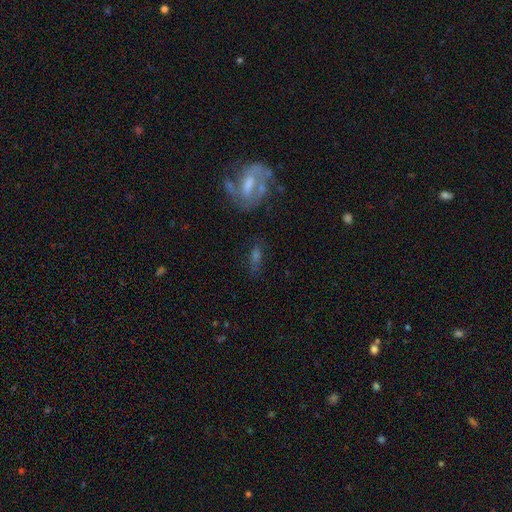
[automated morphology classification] This is possibly a featured or disk galaxy (48%). Merging: likely none (61%).